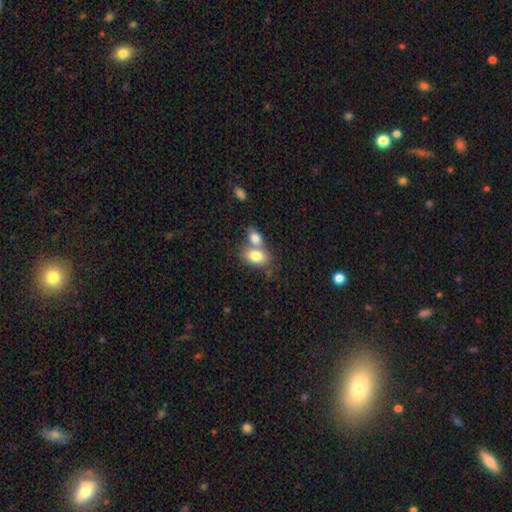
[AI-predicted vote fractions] Morphology: type=smooth (80%); roundness=in between (82%); merging=merger (57%).